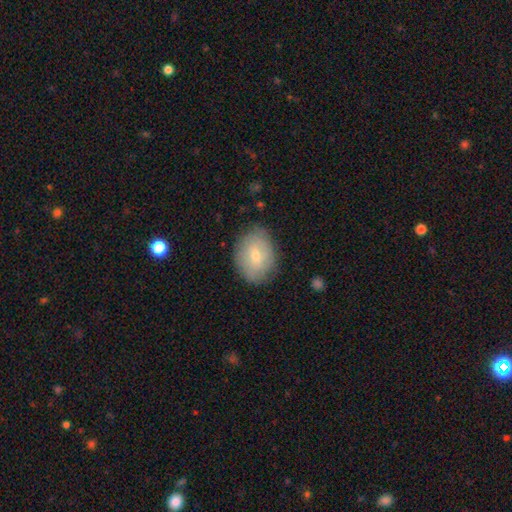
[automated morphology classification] type=smooth (63%); roundness=in between (63%); merging=none (79%).